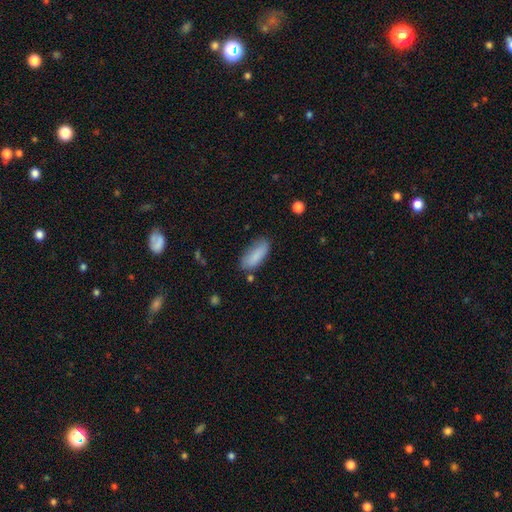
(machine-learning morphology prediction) type=smooth (86%); roundness=in between (76%); merging=none (71%).